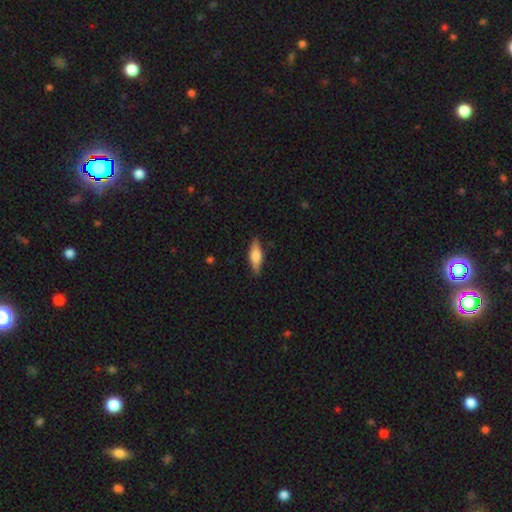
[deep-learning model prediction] This is possibly a smooth galaxy (56%). How rounded: possibly in between (51%). Merging: clearly none (86%).